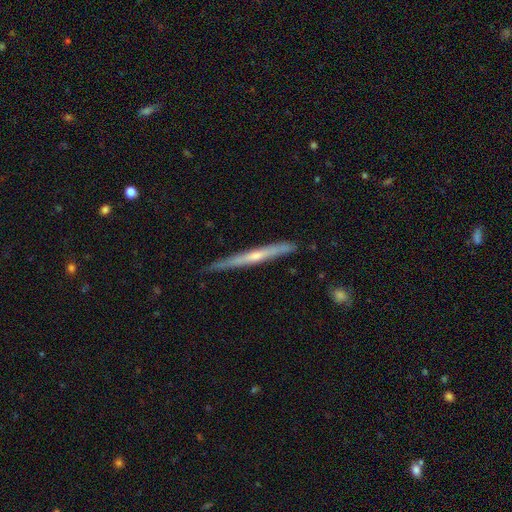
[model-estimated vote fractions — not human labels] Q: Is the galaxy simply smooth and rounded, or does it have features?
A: featured or disk — 64%.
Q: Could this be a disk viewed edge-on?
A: yes — 97%.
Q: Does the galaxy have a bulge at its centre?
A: rounded — 53%.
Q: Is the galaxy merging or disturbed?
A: none — 85%.